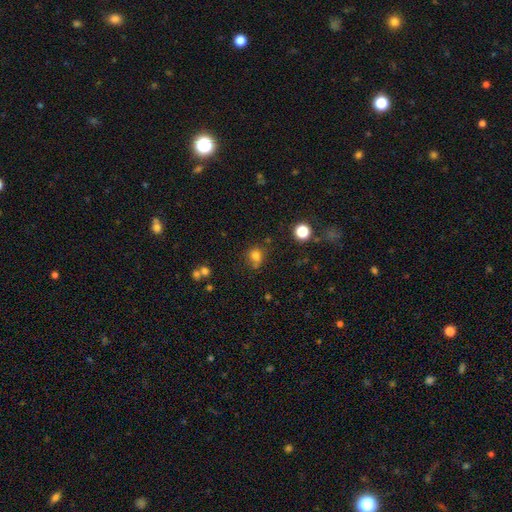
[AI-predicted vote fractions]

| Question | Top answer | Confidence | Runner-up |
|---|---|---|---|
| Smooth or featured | smooth | 76% | star or artifact (16%) |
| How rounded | round | 65% | in between (34%) |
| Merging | none | 57% | minor disturbance (20%) |